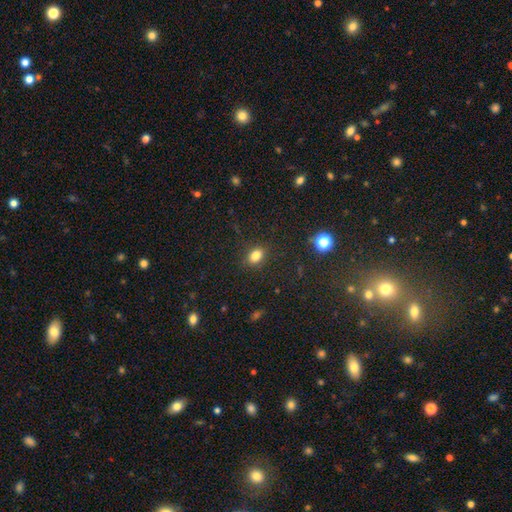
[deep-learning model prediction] smooth_or_featured: smooth (p=0.81) [alt: star or artifact p=0.13]
how_rounded: in between (p=0.75) [alt: round p=0.24]
merging: none (p=0.86) [alt: minor disturbance p=0.10]